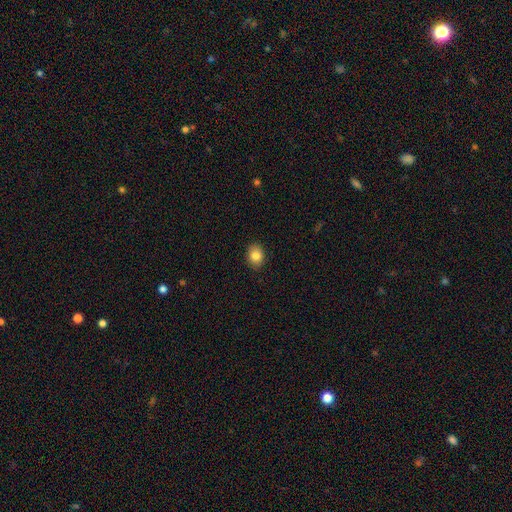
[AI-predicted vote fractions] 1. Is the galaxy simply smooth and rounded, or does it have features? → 84% smooth, 9% star or artifact, 7% featured or disk.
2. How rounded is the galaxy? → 63% in between, 36% round, 1% cigar-shaped.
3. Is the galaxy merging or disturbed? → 90% none, 8% minor disturbance, 2% major disturbance, 1% merger.